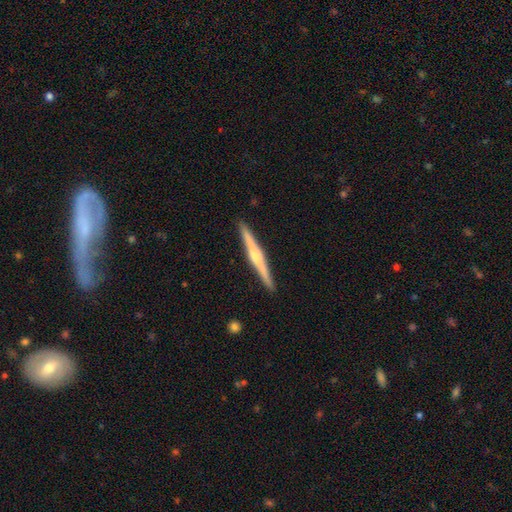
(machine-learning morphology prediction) featured or disk 72%, smooth 23%, star or artifact 5%. Down the decision tree: edge-on disk — yes (98%); edge-on bulge — rounded (78%); merging — none (92%).